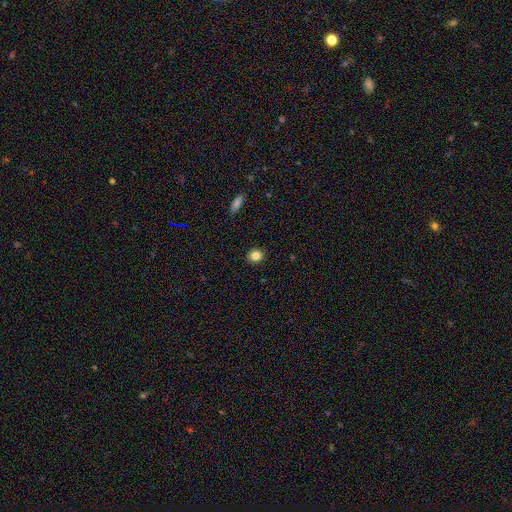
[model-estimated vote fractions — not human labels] A smooth galaxy with no disk features (84%) that is round (78%). Merging: none (91%).